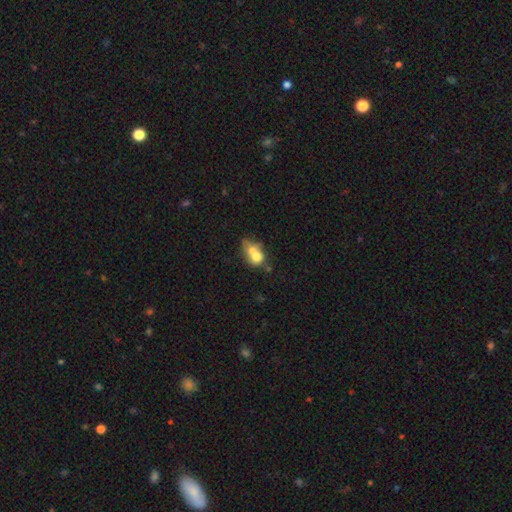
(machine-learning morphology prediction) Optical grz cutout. It shows a smooth galaxy with no disk features (63%) that is round (50%). Merging: merger (64%).